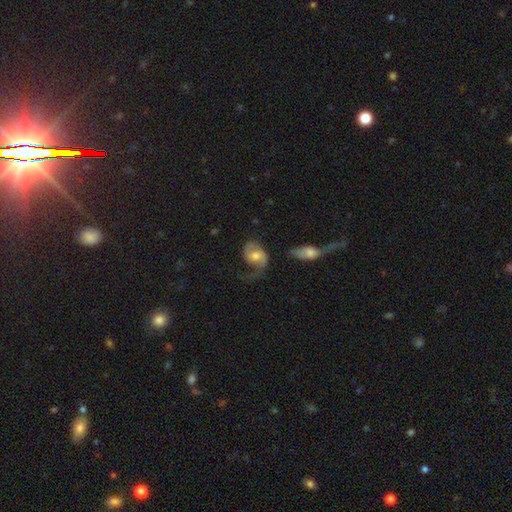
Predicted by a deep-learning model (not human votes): featured or disk 65%, smooth 29%, star or artifact 6%. Down the decision tree: edge-on disk — no (96%); bar — no (61%); spiral arms — yes (88%); spiral arm count — 2 (59%); spiral winding — loose (43%); bulge size — moderate (64%); merging — none (38%).